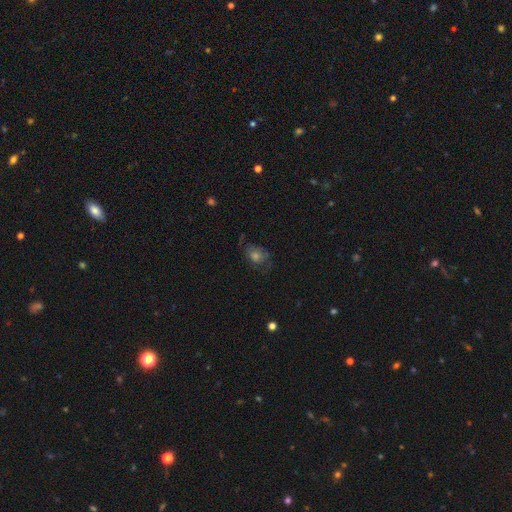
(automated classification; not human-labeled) Smooth or featured? Predicted: smooth (p=0.49). Merging? Predicted: none (p=0.58).